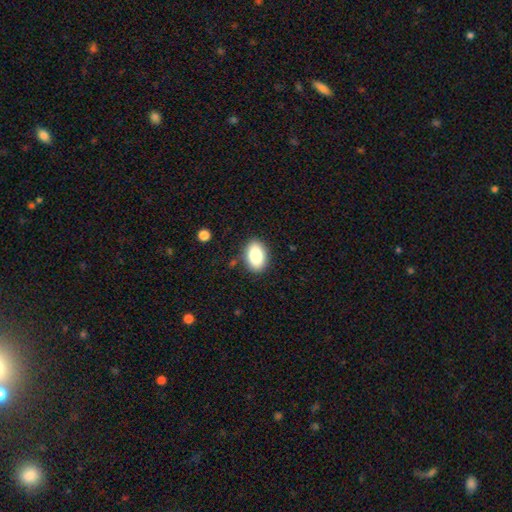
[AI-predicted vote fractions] Morphology: type=smooth (83%); roundness=in between (87%); merging=none (86%).